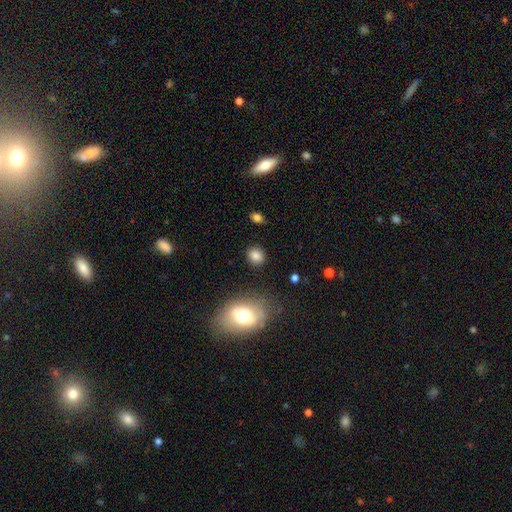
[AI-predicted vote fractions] This appears to be a smooth galaxy with no disk features (84%) that is round (70%). Merging: none (86%).